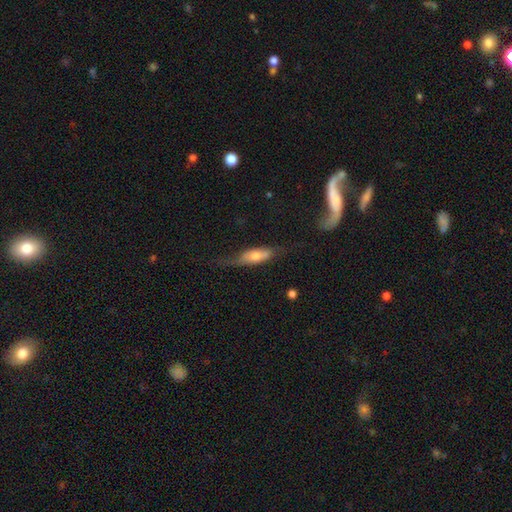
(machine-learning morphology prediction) smooth-or-featured: featured or disk: 53% | smooth: 39% | star or artifact: 8%
  disk-edge-on: yes: 63% | no: 37%
  merging: none: 53% | minor disturbance: 24% | major disturbance: 19% | merger: 4%